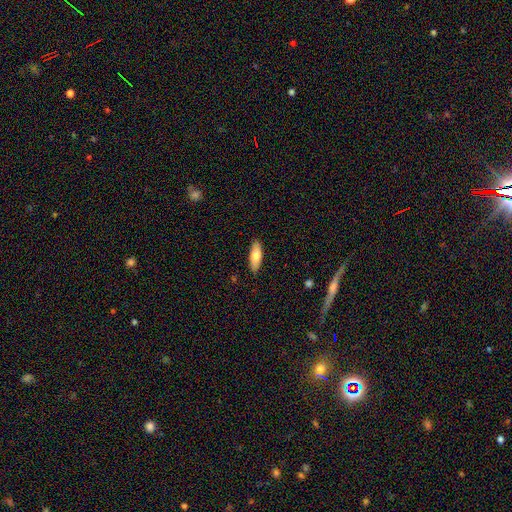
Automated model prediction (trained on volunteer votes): This appears to be a smooth galaxy with no disk features (74%) that is in between round and cigar-shaped (65%). Merging: none (88%).